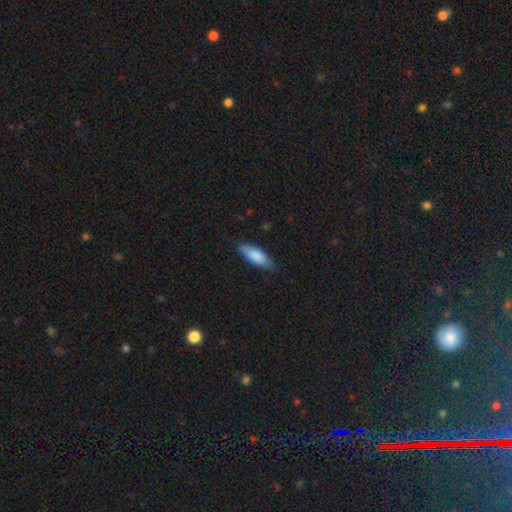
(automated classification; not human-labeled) This appears to be a smooth galaxy with no disk features (84%) that is in between round and cigar-shaped (67%). Merging: none (78%).